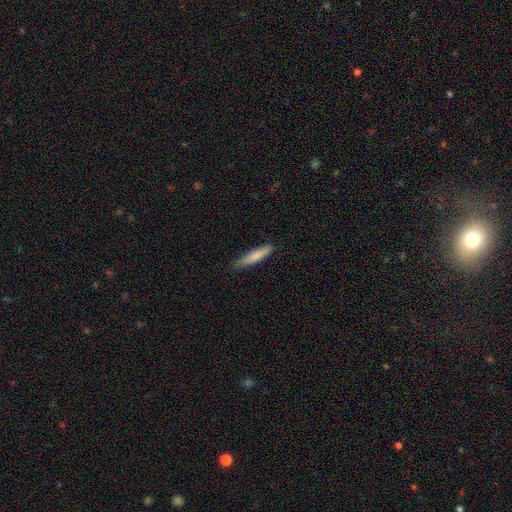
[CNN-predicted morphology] A smooth galaxy with no disk features (80%) that is cigar-shaped (90%).

Vote fractions:
- Smooth or featured? smooth: 80% / featured or disk: 15% / star or artifact: 6%
- How rounded? cigar-shaped: 90% / in between: 9% / round: 1%
- Merging? none: 82% / minor disturbance: 14% / major disturbance: 2% / merger: 1%